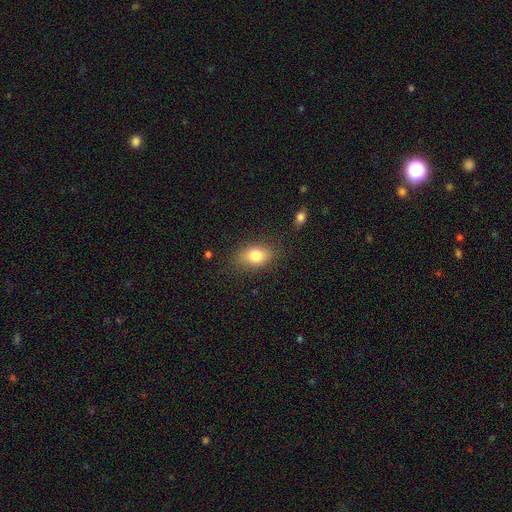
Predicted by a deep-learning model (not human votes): A smooth galaxy with no disk features (80%) that is in between round and cigar-shaped (81%). Merging: none (79%).